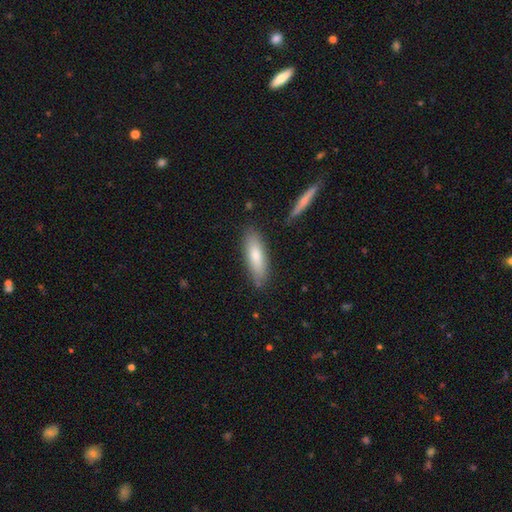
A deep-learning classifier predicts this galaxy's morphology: type=smooth (75%); roundness=cigar-shaped (50%); merging=none (82%).